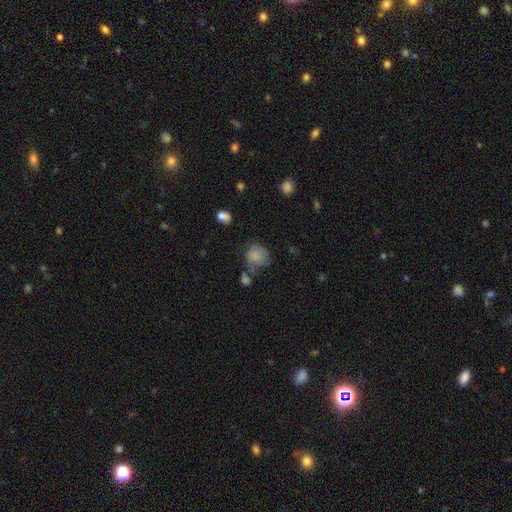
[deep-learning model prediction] smooth 71%, featured or disk 19%, star or artifact 10%. Down the decision tree: how rounded — round (61%); merging — none (38%).